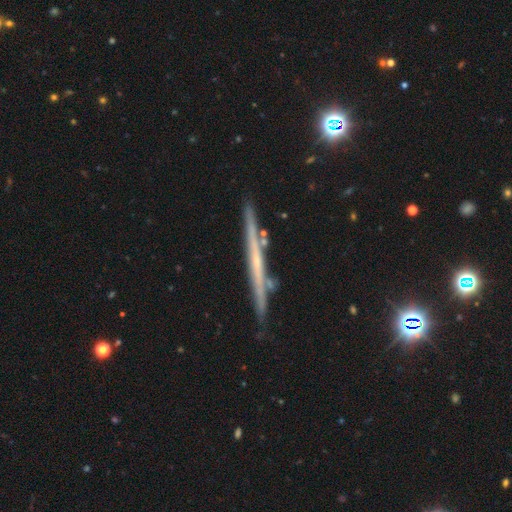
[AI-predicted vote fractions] Q: Smooth or featured?
A: featured or disk (70%); runner-up: smooth (22%)
Q: Edge-on disk?
A: yes (96%); runner-up: no (4%)
Q: Edge-on bulge?
A: none (78%); runner-up: rounded (17%)
Q: Merging?
A: none (83%); runner-up: minor disturbance (12%)